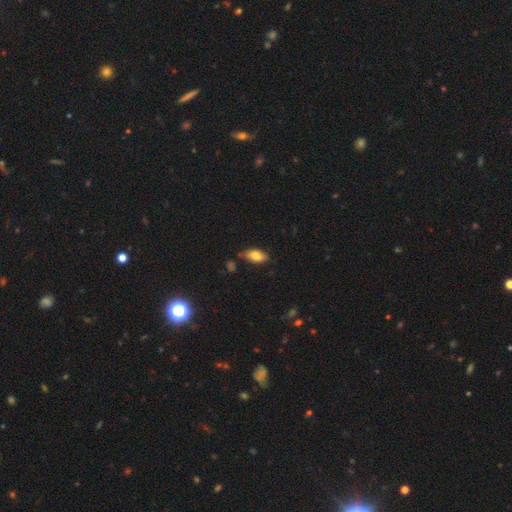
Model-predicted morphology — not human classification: The model was most divided on "merging": none: 74%, minor disturbance: 20%, merger: 3%, major disturbance: 3%. More confident: how rounded — in between (91%); smooth or featured — smooth (78%).